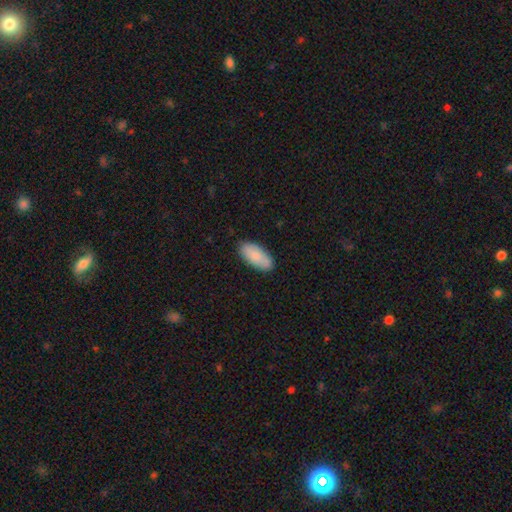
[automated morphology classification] smooth 85%, featured or disk 9%, star or artifact 6%. Down the decision tree: how rounded — in between (91%); merging — none (83%).